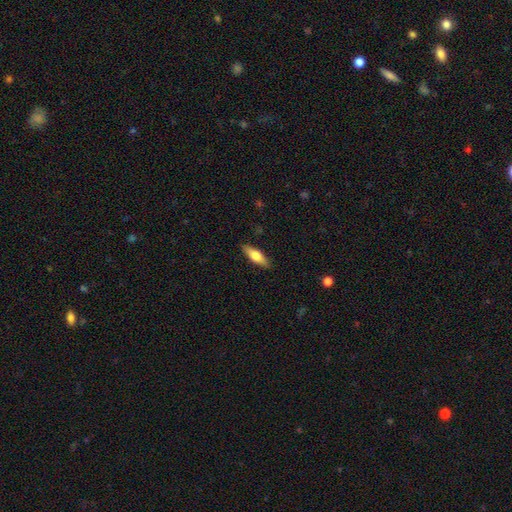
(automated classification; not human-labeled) Smooth or featured?
  - smooth: 64% *
  - featured or disk: 30%
  - star or artifact: 6%
How rounded?
  - cigar-shaped: 49% * (tied)
  - in between: 49% * (tied)
  - round: 2%
Merging?
  - none: 88% *
  - minor disturbance: 9%
  - major disturbance: 2%
  - merger: 1%